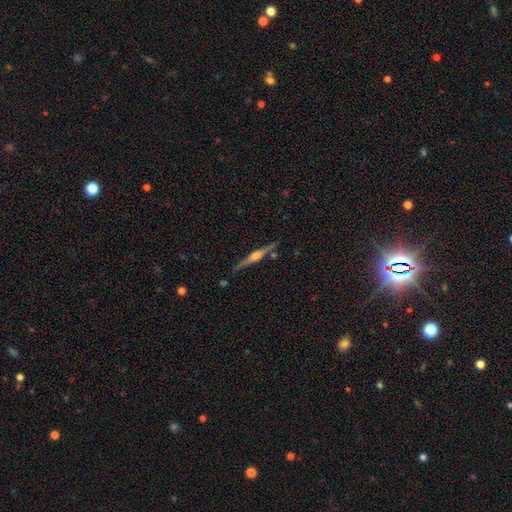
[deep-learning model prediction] A featured or disk galaxy (78%) viewed edge-on (98%) with a rounded central bulge (78%). Merging: none (85%).